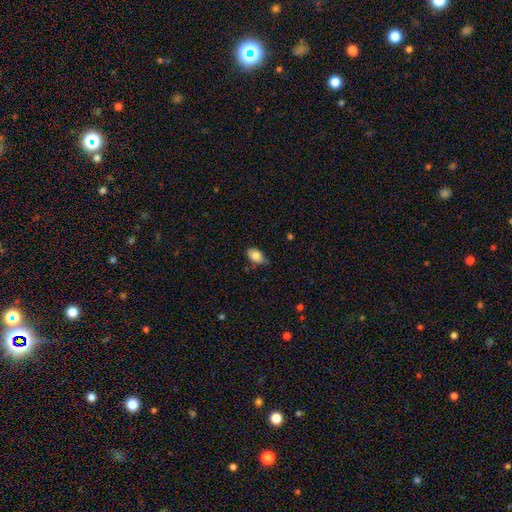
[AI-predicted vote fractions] Smooth or featured? smooth (81%)
How rounded? in between (90%)
Merging? none (65%)